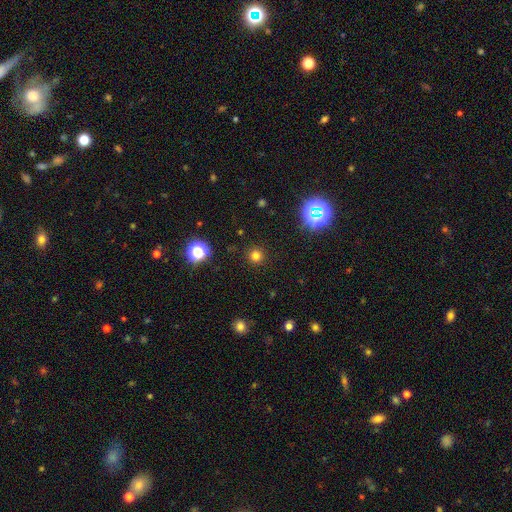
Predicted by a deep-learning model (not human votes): This appears to be a smooth galaxy with no disk features (74%) that is round (95%). Merging: none (91%).